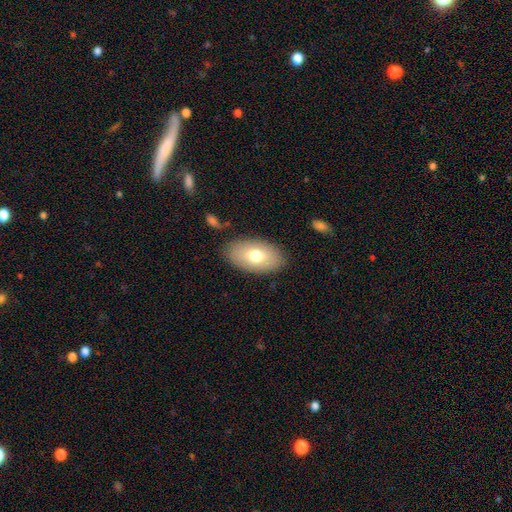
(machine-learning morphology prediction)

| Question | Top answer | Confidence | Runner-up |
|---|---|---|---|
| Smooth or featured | smooth | 70% | featured or disk (23%) |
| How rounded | in between | 93% | round (5%) |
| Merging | none | 84% | minor disturbance (11%) |